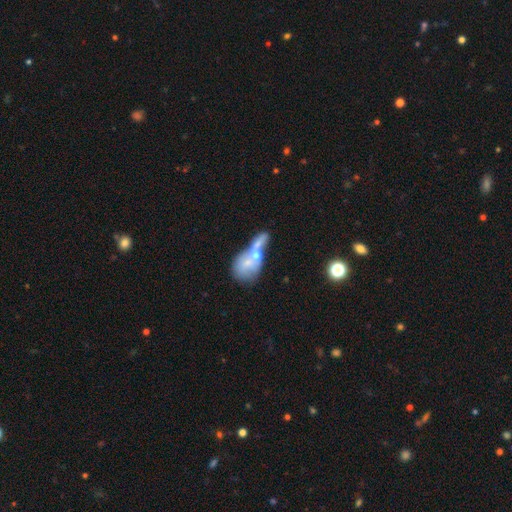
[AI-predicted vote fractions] A smooth galaxy with no disk features (53%) that is in between round and cigar-shaped (60%). Merging: merger (66%).